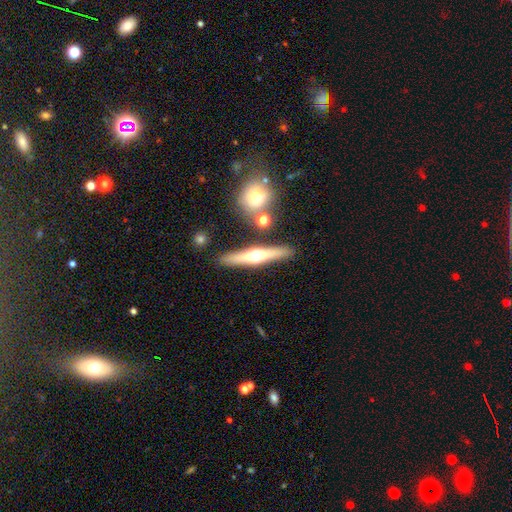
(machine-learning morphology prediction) Smooth or featured? featured or disk (66%)
Edge-on disk? yes (96%)
Edge-on bulge? rounded (95%)
Merging? none (86%)